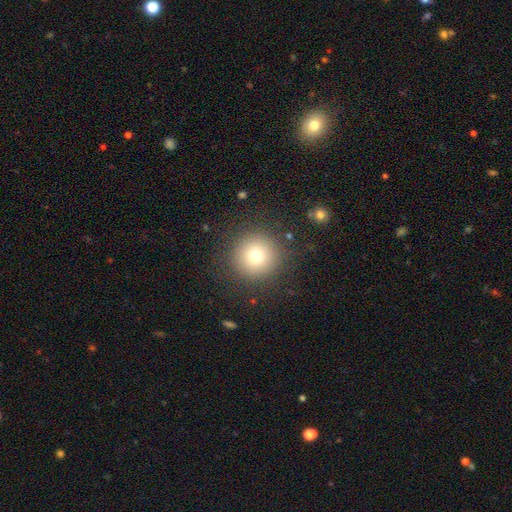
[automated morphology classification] A smooth galaxy with no disk features (75%) that is round (96%).

Vote fractions:
- Smooth or featured? smooth: 75% / star or artifact: 13% / featured or disk: 12%
- How rounded? round: 96% / in between: 3% / cigar-shaped: 1%
- Merging? none: 89% / minor disturbance: 7% / major disturbance: 3% / merger: 1%